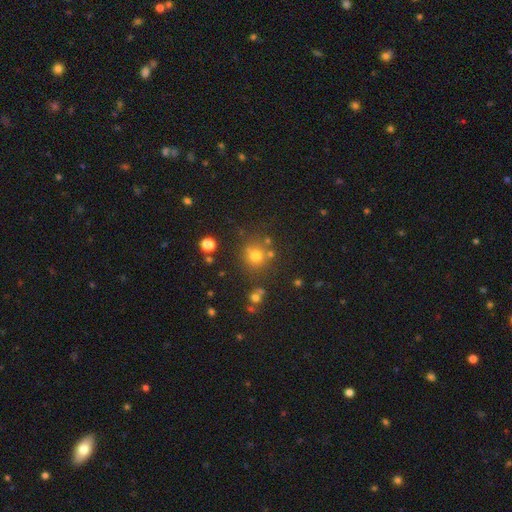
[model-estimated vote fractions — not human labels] Q: Smooth or featured?
A: smooth (69%); runner-up: star or artifact (21%)
Q: How rounded?
A: round (90%); runner-up: in between (9%)
Q: Merging?
A: none (75%); runner-up: merger (11%)